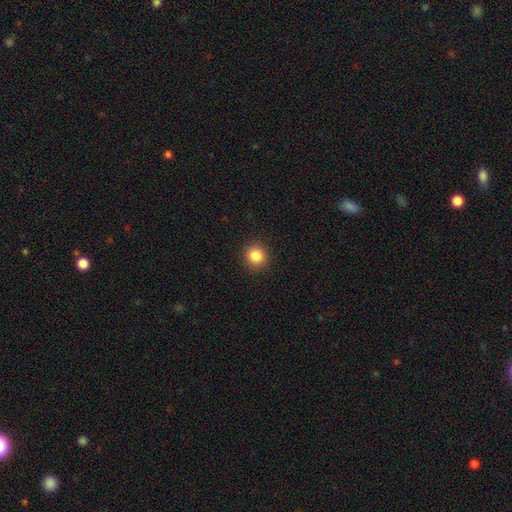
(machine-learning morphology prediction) Overall: smooth (85%). How rounded: round (91%). Merging: none (92%).